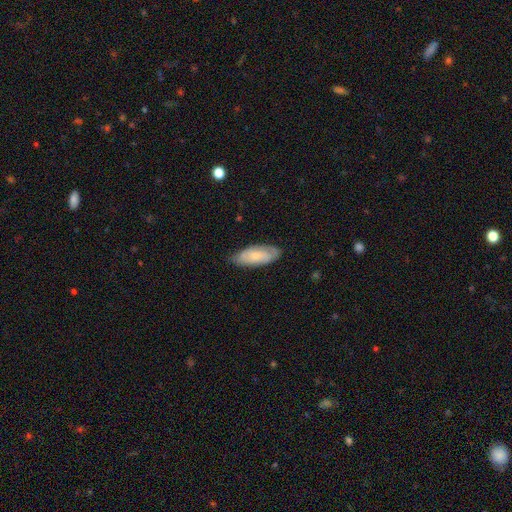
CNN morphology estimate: Smooth or featured: smooth — 69% (featured or disk — 26%)
How rounded: in between — 79% (cigar-shaped — 19%)
Merging: none — 74% (minor disturbance — 21%)